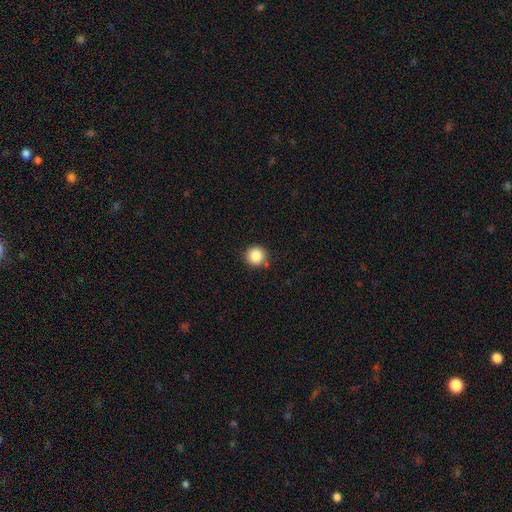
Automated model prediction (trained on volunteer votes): This is clearly a smooth galaxy (86%). How rounded: clearly round (94%). Merging: clearly none (87%).